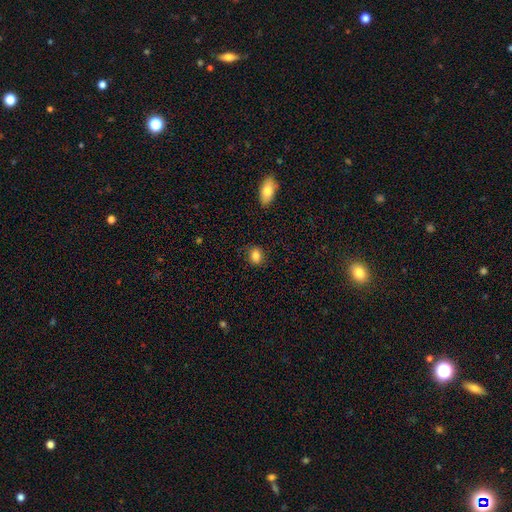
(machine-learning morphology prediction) smooth_or_featured: smooth (p=0.85) [alt: star or artifact p=0.09]
how_rounded: in between (p=0.51) [alt: round p=0.48]
merging: none (p=0.84) [alt: minor disturbance p=0.12]